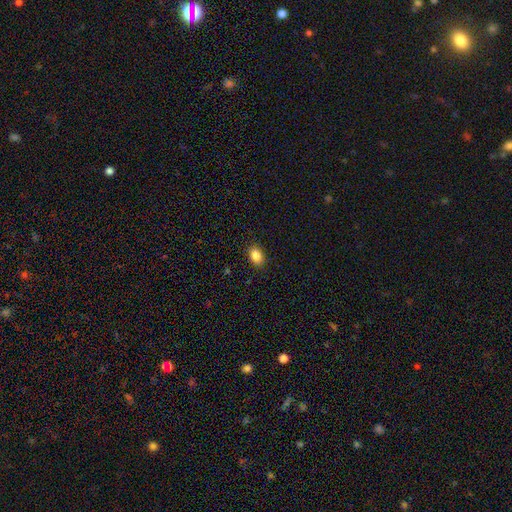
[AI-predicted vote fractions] A smooth galaxy with no disk features (88%) that is in between round and cigar-shaped (82%).

Vote fractions:
- Smooth or featured? smooth: 88% / star or artifact: 9% / featured or disk: 4%
- How rounded? in between: 82% / round: 17% / cigar-shaped: 1%
- Merging? none: 88% / minor disturbance: 9% / major disturbance: 2% / merger: 1%